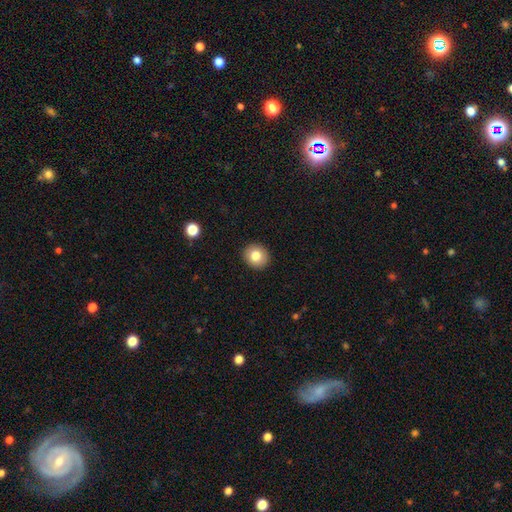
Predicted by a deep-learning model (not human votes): Overall: smooth (80%). How rounded: round (86%). Merging: none (92%).